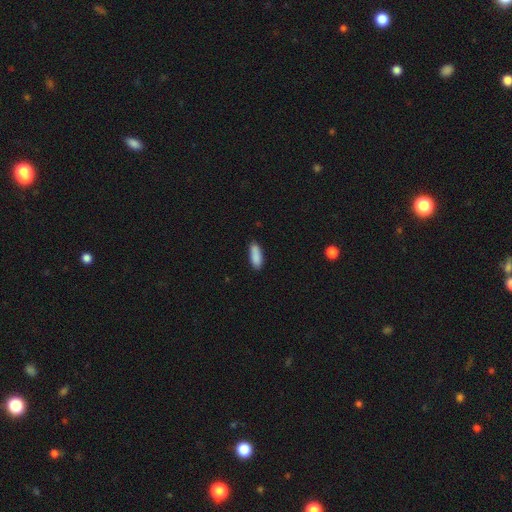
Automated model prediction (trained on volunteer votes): A smooth galaxy with no disk features (89%) that is in between round and cigar-shaped (65%). Merging: none (83%).